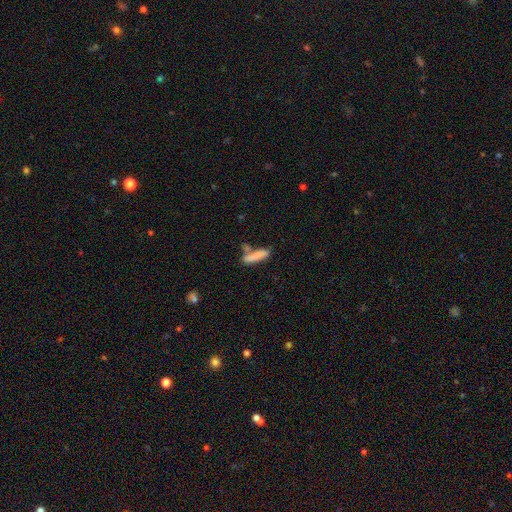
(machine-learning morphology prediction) Smooth or featured: smooth — 80% (featured or disk — 12%)
How rounded: cigar-shaped — 74% (in between — 24%)
Merging: none — 51% (merger — 26%)